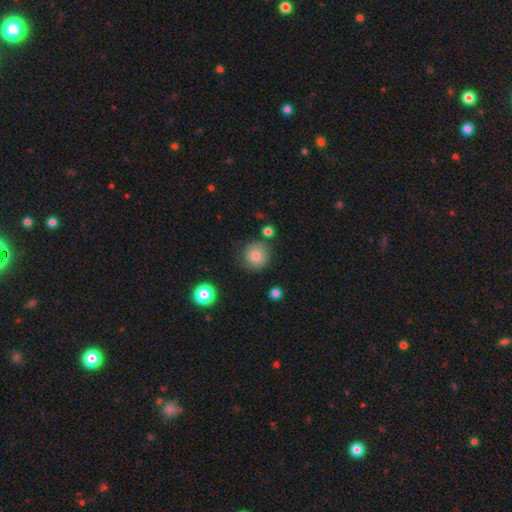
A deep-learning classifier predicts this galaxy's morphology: Smooth or featured: smooth — 80% (featured or disk — 11%)
How rounded: round — 91% (in between — 8%)
Merging: none — 76% (minor disturbance — 16%)